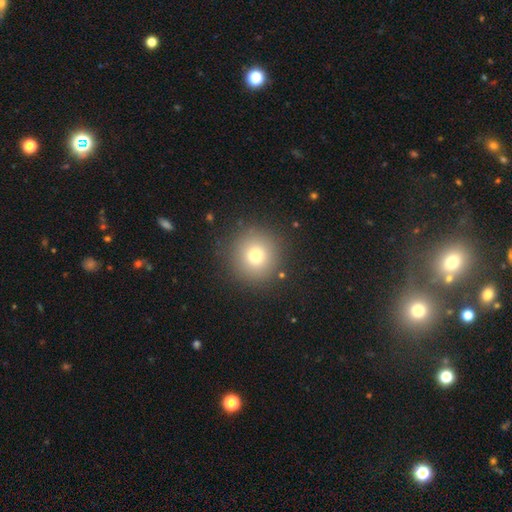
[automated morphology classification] Overall: smooth (75%). How rounded: round (95%). Merging: none (89%).